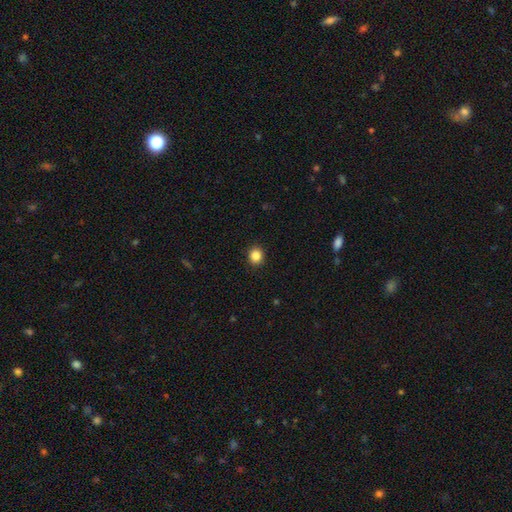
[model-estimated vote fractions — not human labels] Q: Smooth or featured?
A: smooth (86%); runner-up: star or artifact (11%)
Q: How rounded?
A: round (82%); runner-up: in between (17%)
Q: Merging?
A: none (92%); runner-up: minor disturbance (6%)